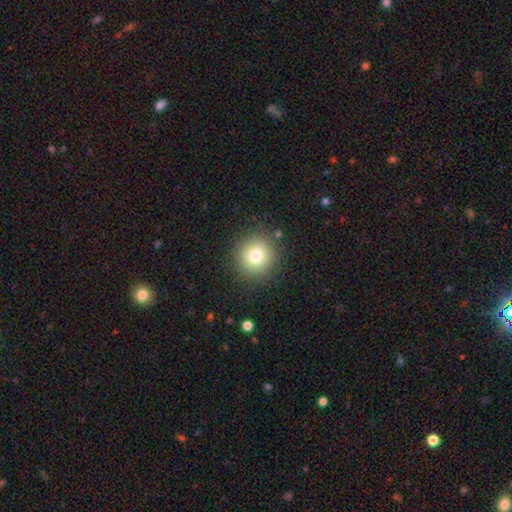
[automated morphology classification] smooth-or-featured: smooth: 79% | star or artifact: 12% | featured or disk: 9%
  how-rounded: round: 94% | in between: 5% | cigar-shaped: 1%
  merging: none: 88% | minor disturbance: 7% | major disturbance: 3% | merger: 2%